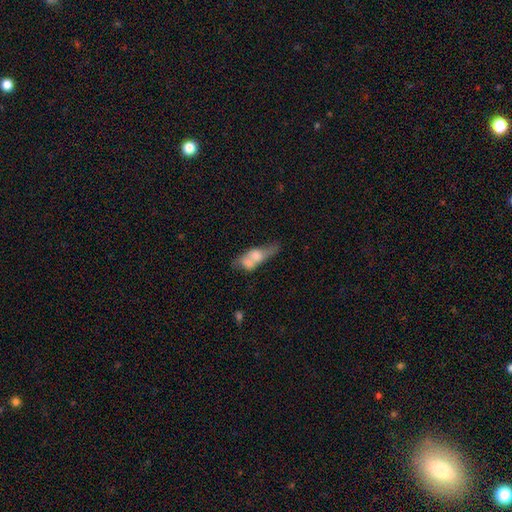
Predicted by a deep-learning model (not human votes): Smooth or featured? smooth (56%)
How rounded? in between (66%)
Merging? merger (53%)